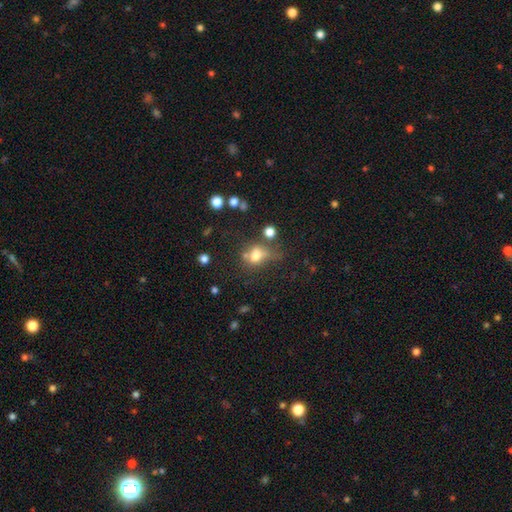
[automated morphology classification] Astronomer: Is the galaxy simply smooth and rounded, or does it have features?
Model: smooth — 69%.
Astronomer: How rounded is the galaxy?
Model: round — 57% (runner-up: in between, 41%).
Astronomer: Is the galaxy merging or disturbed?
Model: none — 38% (runner-up: merger, 23%).